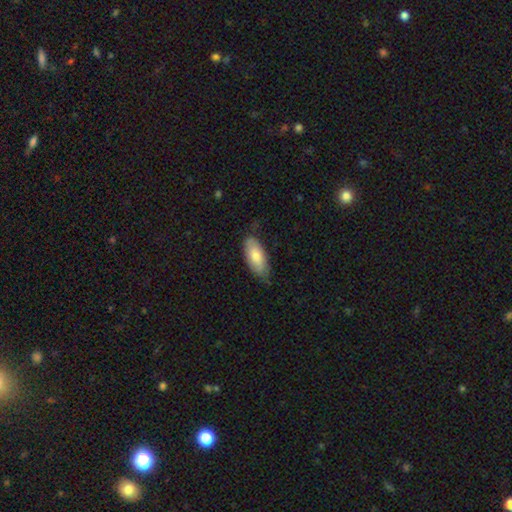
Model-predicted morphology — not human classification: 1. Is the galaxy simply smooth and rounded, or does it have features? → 77% smooth, 17% featured or disk, 6% star or artifact.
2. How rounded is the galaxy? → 85% in between, 13% cigar-shaped, 2% round.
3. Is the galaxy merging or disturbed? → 70% none, 24% minor disturbance, 4% major disturbance, 1% merger.